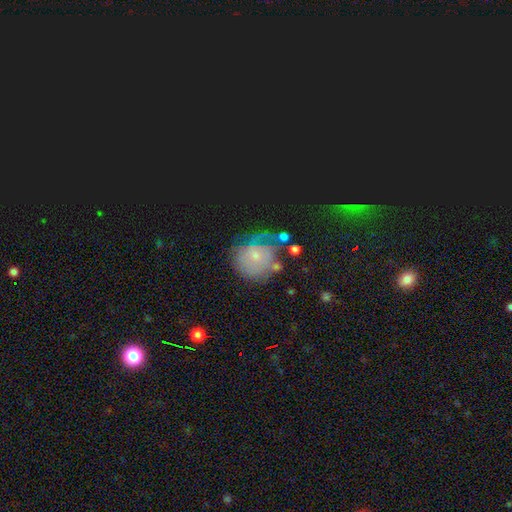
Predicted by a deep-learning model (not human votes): featured or disk 44%, smooth 38%, star or artifact 18%. Down the decision tree: merging — none (47%).